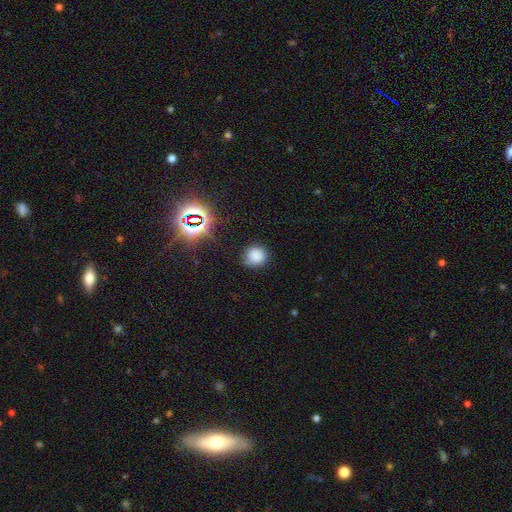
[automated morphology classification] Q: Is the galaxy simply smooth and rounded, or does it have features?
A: smooth — 78%.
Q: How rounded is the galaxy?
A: round — 89%.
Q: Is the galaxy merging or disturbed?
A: none — 78%.